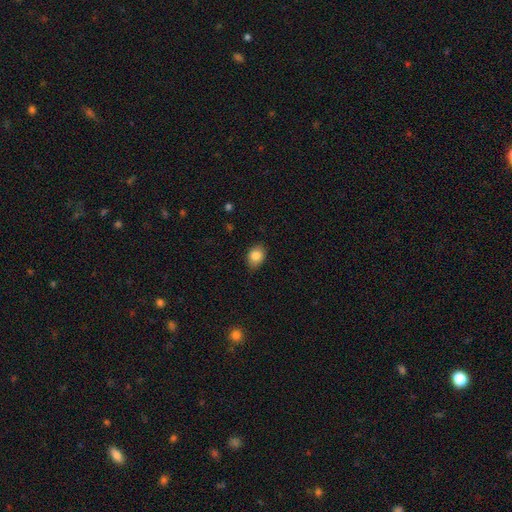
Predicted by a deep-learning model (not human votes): This is clearly a smooth galaxy (84%). How rounded: likely in between (64%). Merging: likely none (79%).